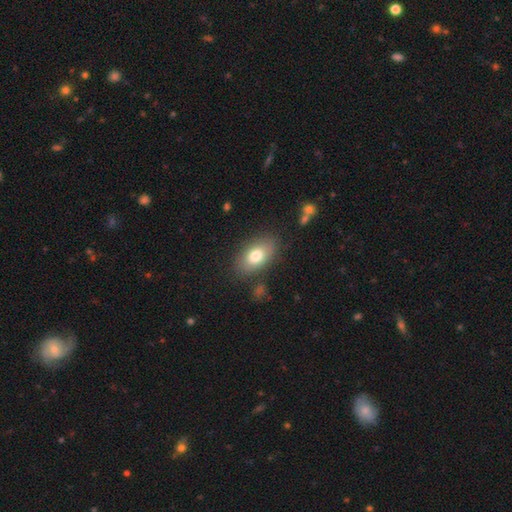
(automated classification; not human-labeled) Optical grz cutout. It shows a smooth galaxy with no disk features (77%) that is in between round and cigar-shaped (90%). Merging: none (81%).